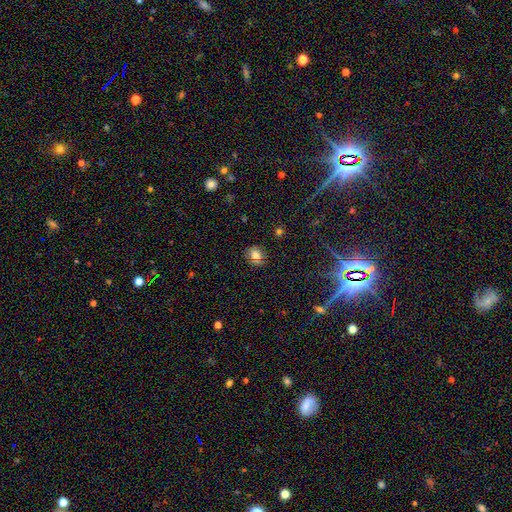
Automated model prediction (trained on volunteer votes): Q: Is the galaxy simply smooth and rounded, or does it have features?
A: smooth — 72%.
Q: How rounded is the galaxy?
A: round — 71%.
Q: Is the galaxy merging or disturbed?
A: none — 81%.